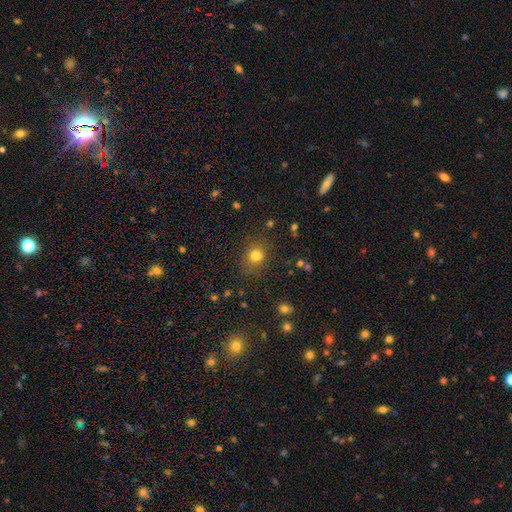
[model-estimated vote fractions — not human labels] Overall: smooth (76%). How rounded: round (72%). Merging: none (79%).